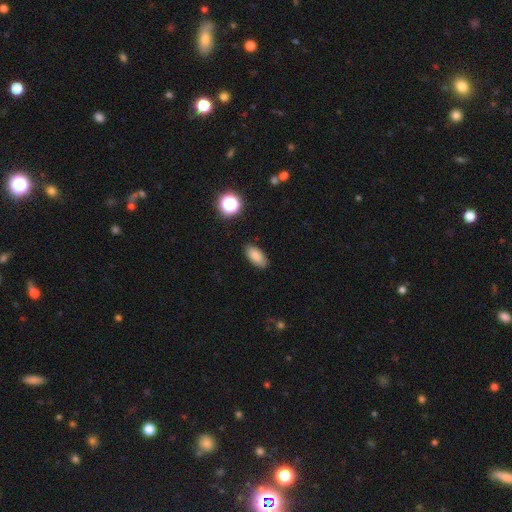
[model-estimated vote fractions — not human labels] Q: Smooth or featured?
A: smooth (84%); runner-up: star or artifact (10%)
Q: How rounded?
A: in between (91%); runner-up: cigar-shaped (5%)
Q: Merging?
A: none (86%); runner-up: minor disturbance (10%)